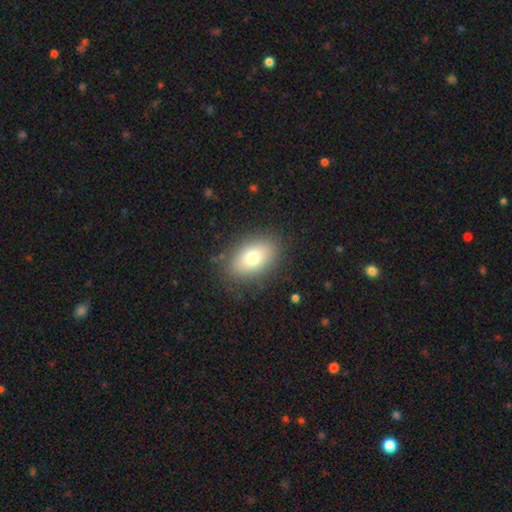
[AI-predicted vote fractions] smooth 76%, featured or disk 15%, star or artifact 9%. Down the decision tree: how rounded — in between (86%); merging — none (82%).